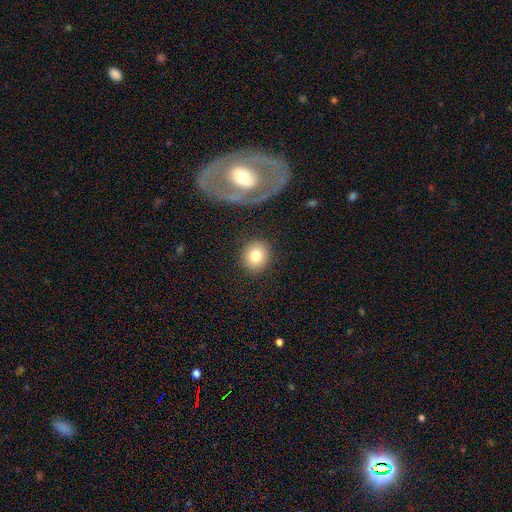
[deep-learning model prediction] Smooth or featured? Predicted: smooth (p=0.79). How rounded? Predicted: round (p=0.82). Merging? Predicted: none (p=0.86).